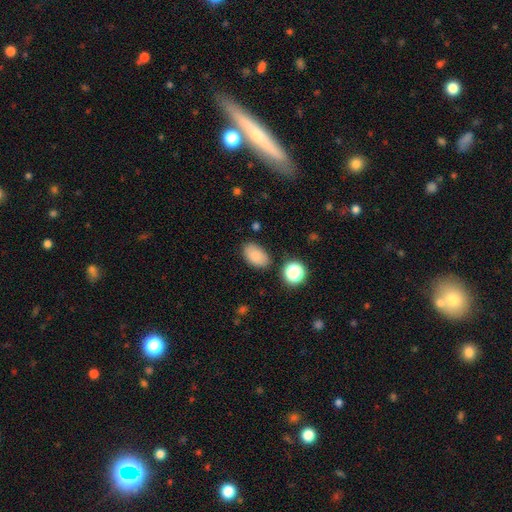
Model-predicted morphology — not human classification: This is clearly a smooth galaxy (84%). How rounded: clearly in between (89%). Merging: clearly none (81%).